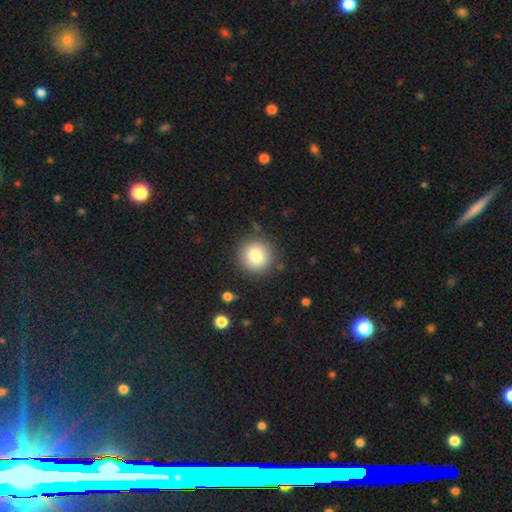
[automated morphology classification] The model was most divided on "smooth or featured": smooth: 83%, star or artifact: 9%, featured or disk: 8%. More confident: how rounded — round (91%); merging — none (87%).